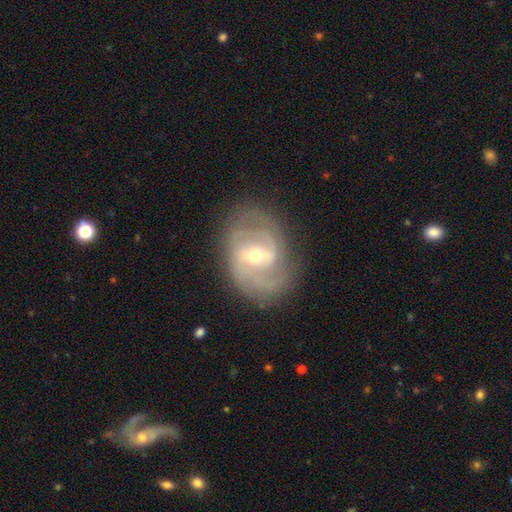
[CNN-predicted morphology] Smooth or featured?
  - featured or disk: 87% *
  - smooth: 8%
  - star or artifact: 5%
Edge-on disk?
  - no: 96% *
  - yes: 4%
Bar?
  - weak: 51% *
  - strong: 30%
  - no: 19%
Spiral arms?
  - yes: 95% *
  - no: 5%
Spiral winding?
  - tight: 47% *
  - medium: 41%
  - loose: 12%
Spiral arm count?
  - 2: 48% *
  - 3: 20%
  - can't tell: 19%
  - 4: 5%
  - 1: 4%
  - more than 4: 3%
Bulge size?
  - moderate: 51% *
  - small: 46%
  - large: 2%
  - none: 1%
  - dominant: 1%
Merging?
  - none: 76% *
  - minor disturbance: 16%
  - major disturbance: 7%
  - merger: 1%